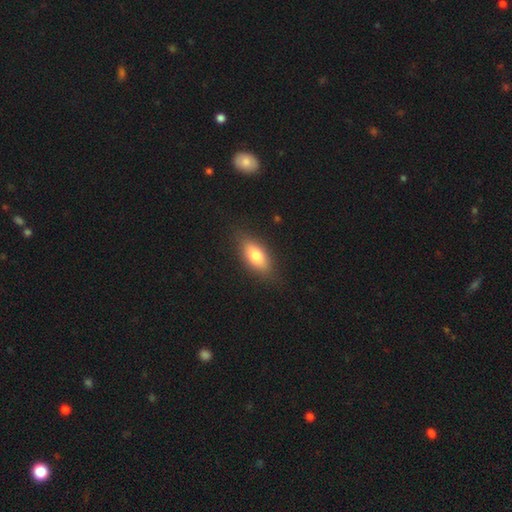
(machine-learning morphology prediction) smooth-or-featured: smooth: 77% | featured or disk: 16% | star or artifact: 7%
  how-rounded: in between: 83% | cigar-shaped: 13% | round: 4%
  merging: none: 83% | minor disturbance: 13% | major disturbance: 3% | merger: 1%